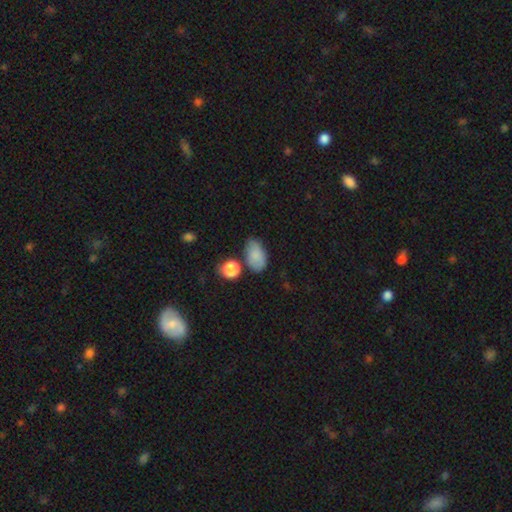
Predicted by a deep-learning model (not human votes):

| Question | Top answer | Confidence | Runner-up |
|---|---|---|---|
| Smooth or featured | smooth | 81% | featured or disk (11%) |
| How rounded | in between | 90% | round (9%) |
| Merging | none | 63% | minor disturbance (23%) |